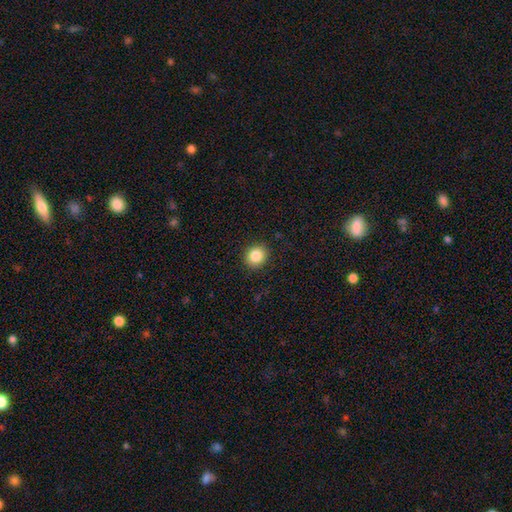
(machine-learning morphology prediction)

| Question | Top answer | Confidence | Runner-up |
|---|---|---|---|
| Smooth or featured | smooth | 85% | star or artifact (9%) |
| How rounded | round | 79% | in between (20%) |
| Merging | none | 90% | minor disturbance (7%) |